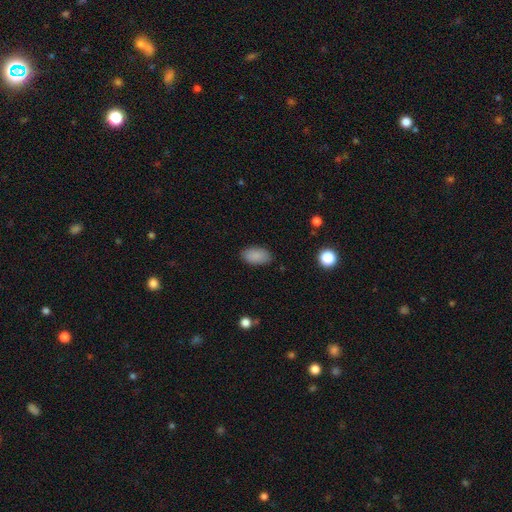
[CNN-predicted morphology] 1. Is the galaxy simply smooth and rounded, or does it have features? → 88% smooth, 8% star or artifact, 4% featured or disk.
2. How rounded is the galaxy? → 93% in between, 5% round, 2% cigar-shaped.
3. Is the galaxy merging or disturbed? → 85% none, 11% minor disturbance, 3% major disturbance, 1% merger.